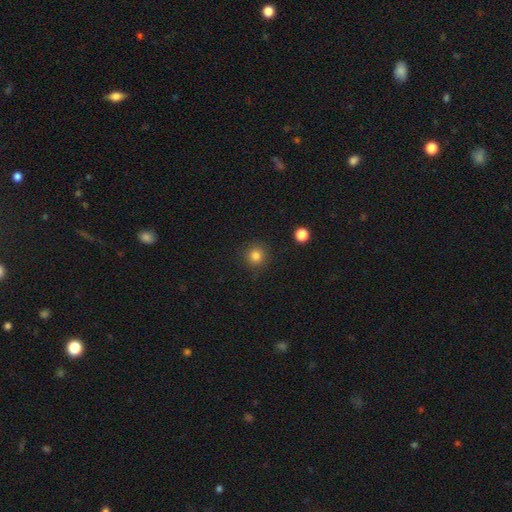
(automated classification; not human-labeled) The model was most divided on "smooth or featured": smooth: 83%, star or artifact: 12%, featured or disk: 5%. More confident: how rounded — round (94%); merging — none (90%).